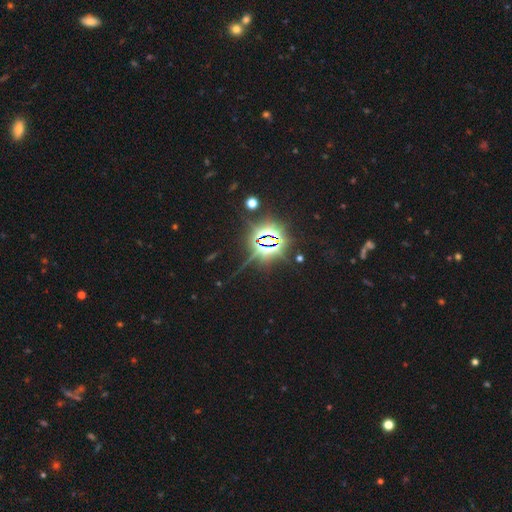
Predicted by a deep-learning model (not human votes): A star or artifact, not a galaxy (86%).

Vote fractions:
- Smooth or featured? star or artifact: 86% / smooth: 8% / featured or disk: 6%